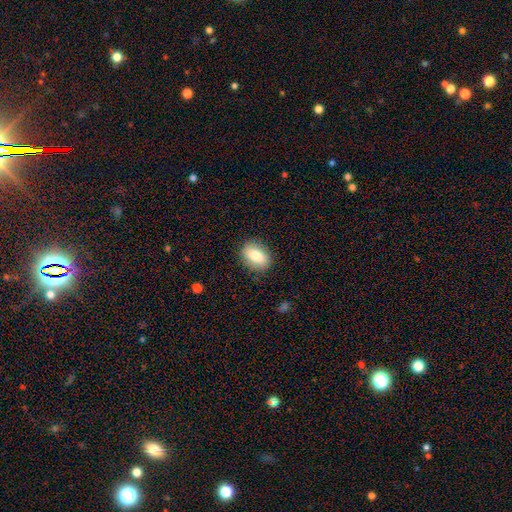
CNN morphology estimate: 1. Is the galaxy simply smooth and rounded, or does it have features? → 78% smooth, 14% featured or disk, 7% star or artifact.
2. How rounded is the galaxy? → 78% in between, 20% round, 2% cigar-shaped.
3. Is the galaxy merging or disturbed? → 86% none, 11% minor disturbance, 3% major disturbance, 1% merger.